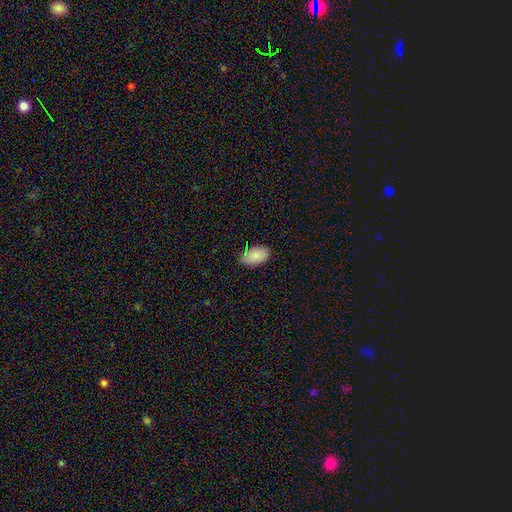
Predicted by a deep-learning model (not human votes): Smooth or featured: smooth — 85% (star or artifact — 8%)
How rounded: in between — 93% (round — 6%)
Merging: none — 82% (minor disturbance — 14%)